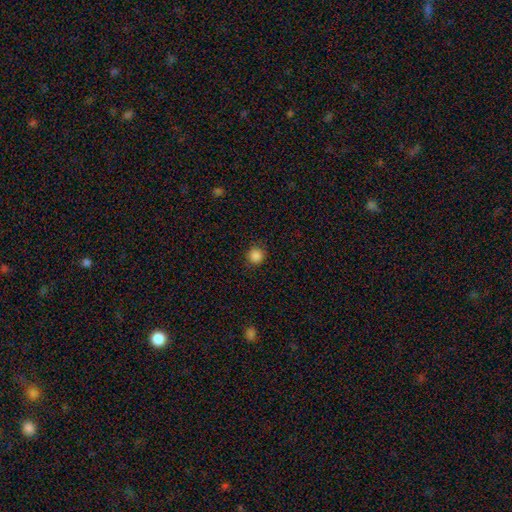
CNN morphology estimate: Smooth or featured? smooth (86%)
How rounded? round (93%)
Merging? none (90%)